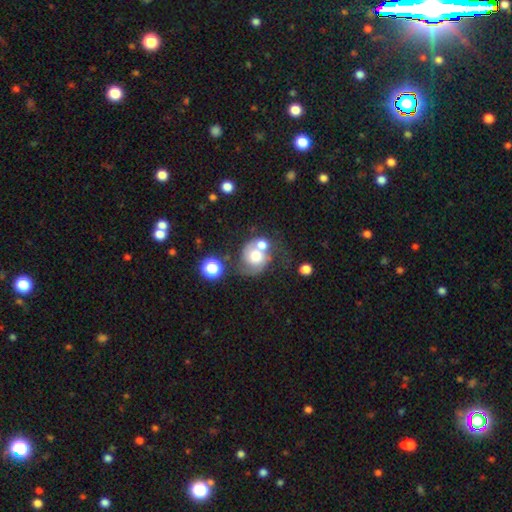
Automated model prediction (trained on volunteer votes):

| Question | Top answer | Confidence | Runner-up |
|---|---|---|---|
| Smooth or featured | featured or disk | 53% | smooth (37%) |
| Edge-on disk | no | 98% | yes (2%) |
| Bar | no | 78% | weak (18%) |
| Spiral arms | yes | 74% | no (26%) |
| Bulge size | moderate | 42% | large (36%) |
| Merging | none | 36% | merger (32%) |